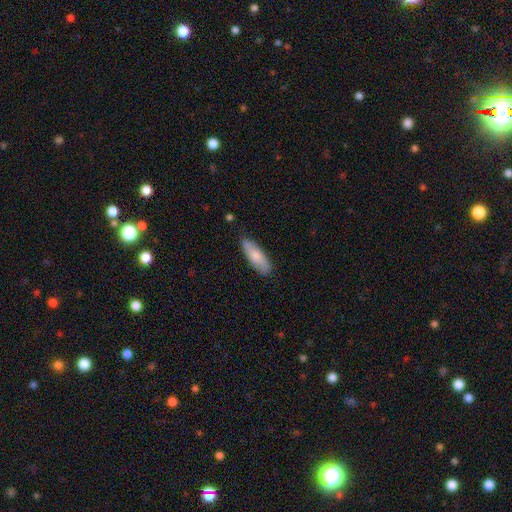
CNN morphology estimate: The model was most divided on "how rounded": in between: 50%, cigar-shaped: 48%, round: 2%. More confident: merging — none (84%); smooth or featured — smooth (73%).